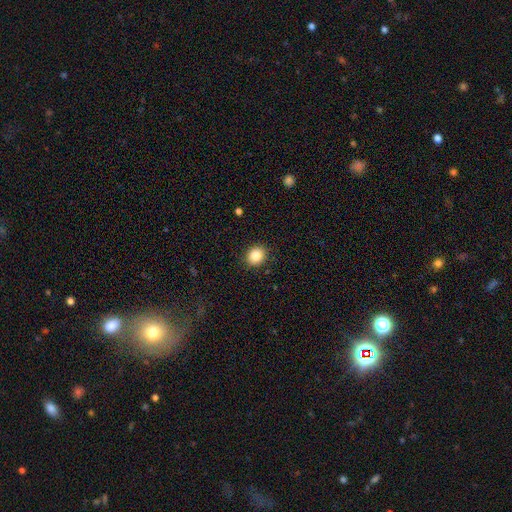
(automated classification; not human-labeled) A smooth galaxy with no disk features (85%) that is round (68%).

Vote fractions:
- Smooth or featured? smooth: 85% / star or artifact: 9% / featured or disk: 6%
- How rounded? round: 68% / in between: 31% / cigar-shaped: 1%
- Merging? none: 89% / minor disturbance: 8% / major disturbance: 2% / merger: 1%